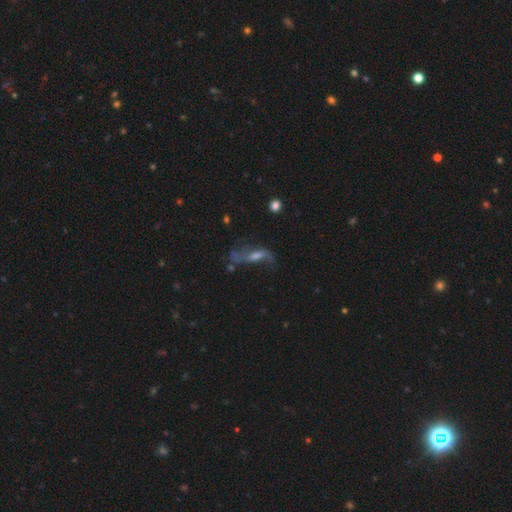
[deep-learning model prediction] featured or disk 66%, smooth 21%, star or artifact 13%. Down the decision tree: edge-on disk — no (81%); bar — weak (42%); spiral arms — yes (79%); bulge size — moderate (37%); merging — none (46%).